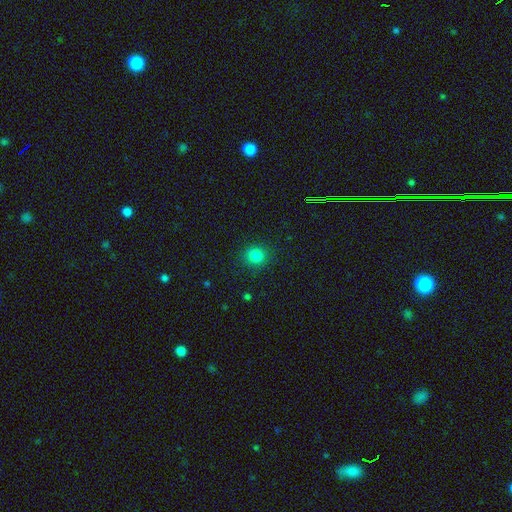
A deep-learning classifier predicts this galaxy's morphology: A smooth galaxy with no disk features (83%) that is round (87%).

Vote fractions:
- Smooth or featured? smooth: 83% / star or artifact: 13% / featured or disk: 4%
- How rounded? round: 87% / in between: 12% / cigar-shaped: 1%
- Merging? none: 89% / minor disturbance: 7% / major disturbance: 3% / merger: 1%